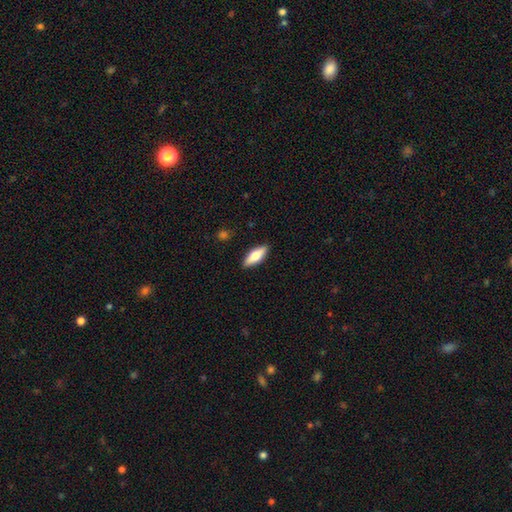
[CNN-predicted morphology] This is likely a smooth galaxy (67%). How rounded: likely in between (61%). Merging: clearly none (89%).